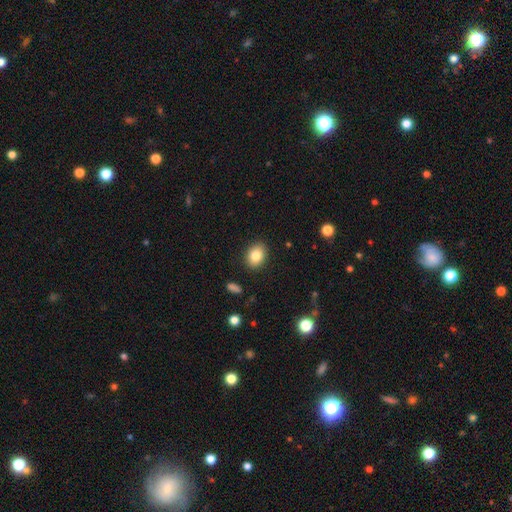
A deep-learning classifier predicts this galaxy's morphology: Smooth or featured? Predicted: smooth (p=0.83). How rounded? Predicted: in between (p=0.62). Merging? Predicted: none (p=0.89).